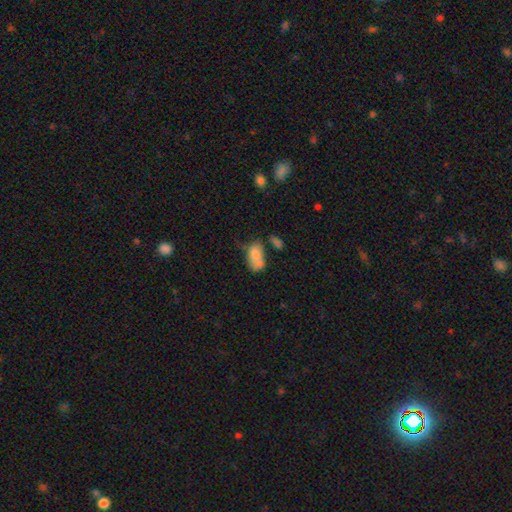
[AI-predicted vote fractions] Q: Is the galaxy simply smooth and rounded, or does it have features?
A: smooth — 74%.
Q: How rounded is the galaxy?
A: in between — 89%.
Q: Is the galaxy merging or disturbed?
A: merger — 34%.